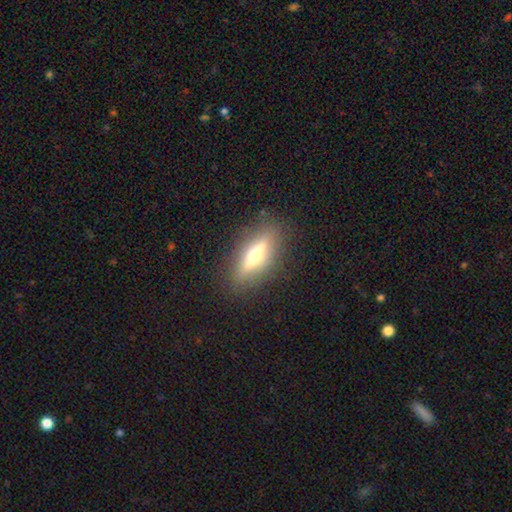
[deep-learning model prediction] Q: Smooth or featured?
A: featured or disk (60%); runner-up: smooth (33%)
Q: Edge-on disk?
A: yes (88%); runner-up: no (12%)
Q: Edge-on bulge?
A: rounded (93%); runner-up: boxy (4%)
Q: Merging?
A: none (86%); runner-up: minor disturbance (9%)